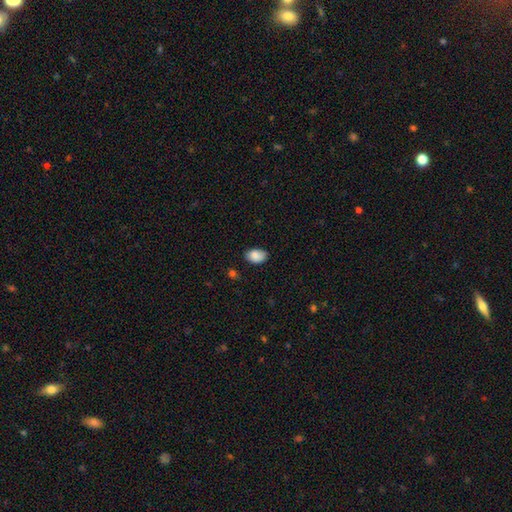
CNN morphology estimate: This appears to be a smooth galaxy with no disk features (86%) that is in between round and cigar-shaped (89%). Merging: none (78%).